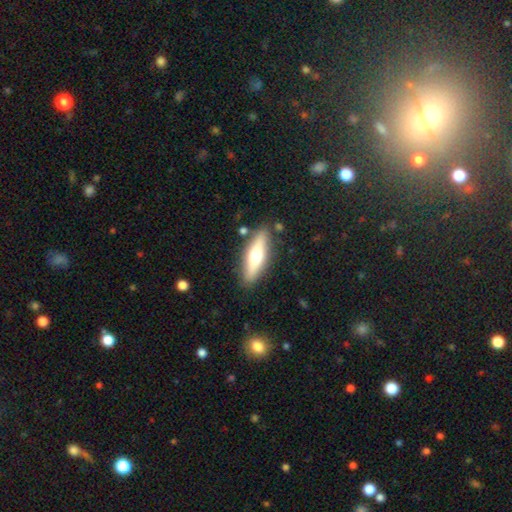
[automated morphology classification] Overall: smooth (51%; featured or disk 43%). How rounded: cigar-shaped (59%; in between 39%). Merging: none (85%).